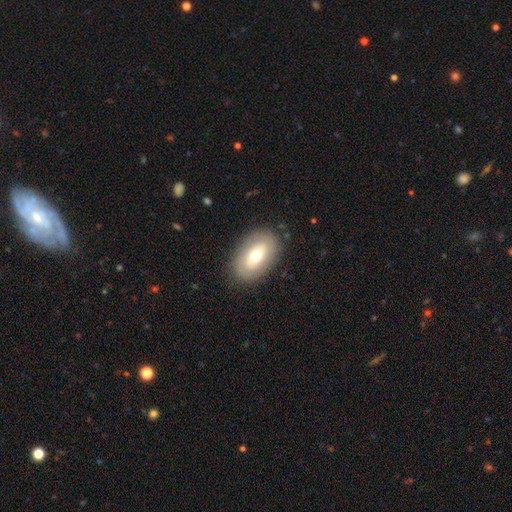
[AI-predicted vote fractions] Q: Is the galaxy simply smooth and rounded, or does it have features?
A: smooth — 59%.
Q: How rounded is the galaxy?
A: in between — 89%.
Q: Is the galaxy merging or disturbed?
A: none — 84%.